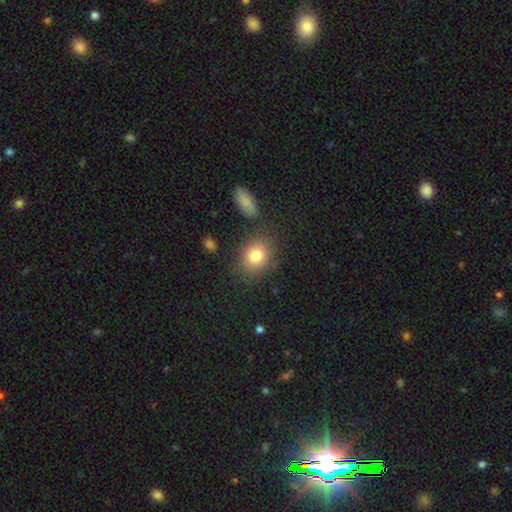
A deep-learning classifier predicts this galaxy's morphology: smooth_or_featured: smooth (p=0.81) [alt: star or artifact p=0.10]
how_rounded: round (p=0.63) [alt: in between p=0.36]
merging: none (p=0.81) [alt: minor disturbance p=0.11]